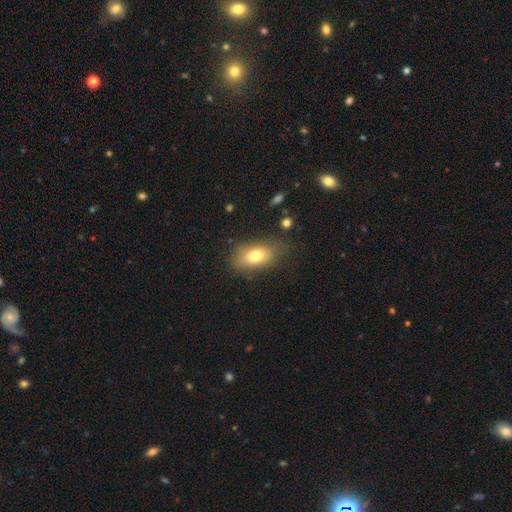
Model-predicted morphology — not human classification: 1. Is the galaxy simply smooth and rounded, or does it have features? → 75% smooth, 16% featured or disk, 9% star or artifact.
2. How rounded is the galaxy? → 86% in between, 10% round, 4% cigar-shaped.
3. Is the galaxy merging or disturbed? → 74% none, 17% minor disturbance, 6% major disturbance, 2% merger.